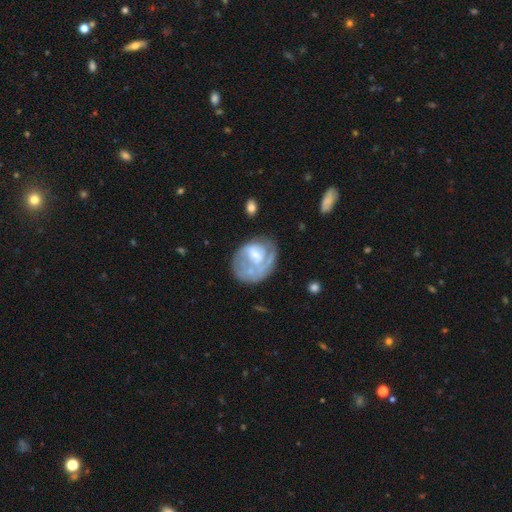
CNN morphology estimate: type=featured or disk (61%); edge-on=no (97%); bar=no (55%); spiral arms=yes (56%); bulge=moderate (33%); merging=none (44%).